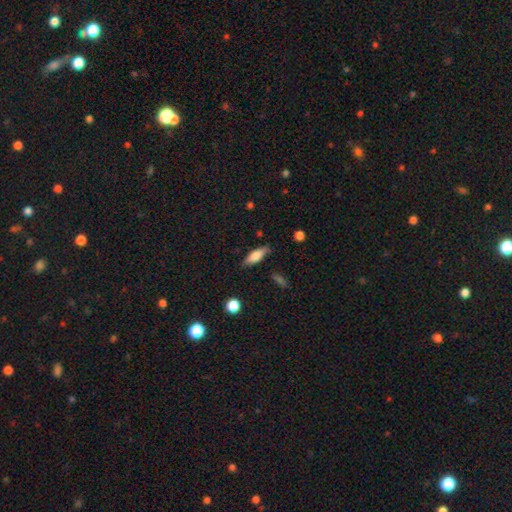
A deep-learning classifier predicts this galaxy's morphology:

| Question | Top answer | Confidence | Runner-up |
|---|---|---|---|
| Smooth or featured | smooth | 70% | featured or disk (23%) |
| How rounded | in between | 57% | cigar-shaped (40%) |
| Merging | none | 80% | minor disturbance (14%) |